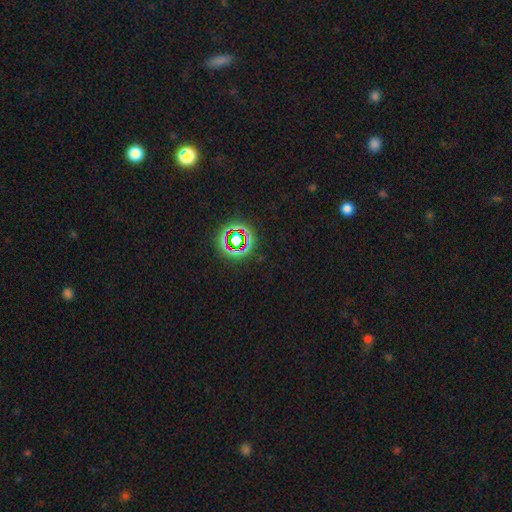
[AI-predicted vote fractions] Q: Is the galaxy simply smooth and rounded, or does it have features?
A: star or artifact — 69%.